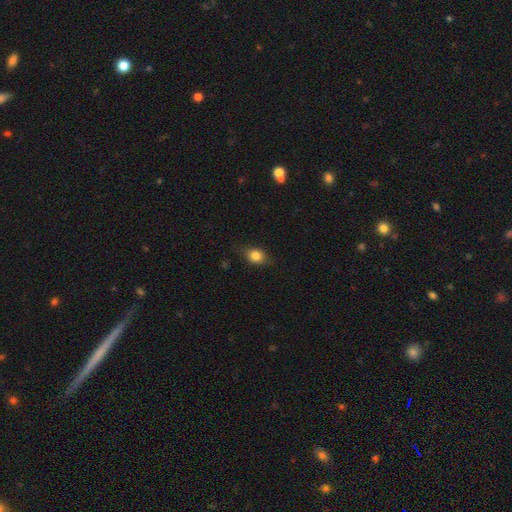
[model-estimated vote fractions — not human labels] Smooth or featured?
  - smooth: 80% *
  - featured or disk: 10%
  - star or artifact: 10%
How rounded?
  - in between: 50% *
  - round: 48%
  - cigar-shaped: 2%
Merging?
  - none: 76% *
  - minor disturbance: 18%
  - major disturbance: 4%
  - merger: 1%